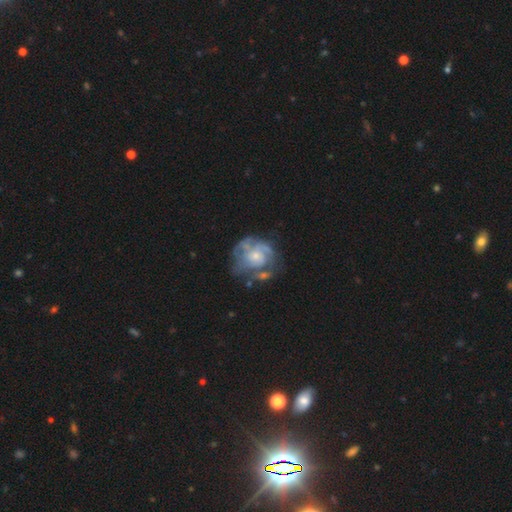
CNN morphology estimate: Smooth or featured? featured or disk (75%)
Edge-on disk? no (98%)
Bar? no (81%)
Spiral arms? yes (75%)
Spiral winding? tight (54%)
Spiral arm count? can't tell (44%)
Bulge size? small (62%)
Merging? none (44%)